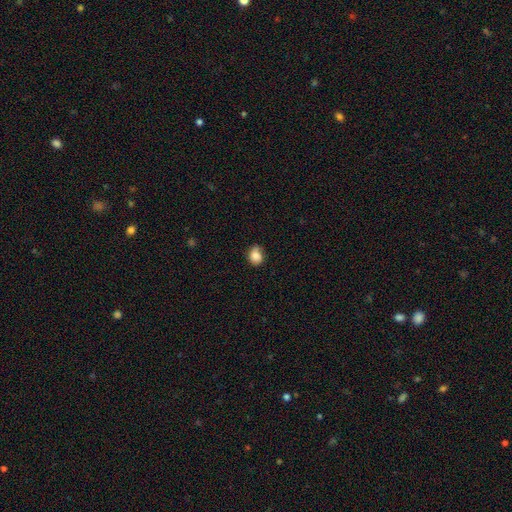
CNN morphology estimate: This is clearly a smooth galaxy (83%). How rounded: possibly round (55%). Merging: possibly none (58%).